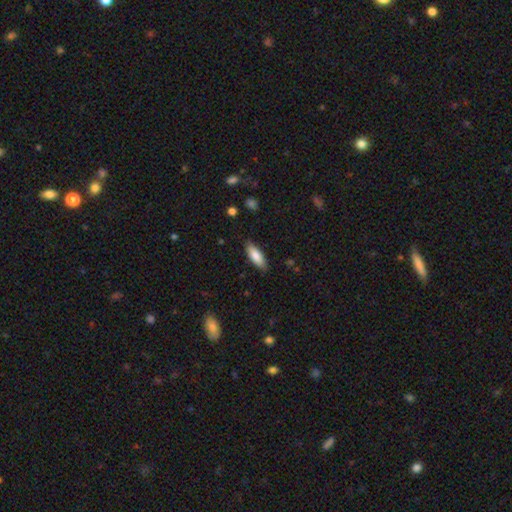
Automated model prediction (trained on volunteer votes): This appears to be a smooth galaxy with no disk features (82%) that is in between round and cigar-shaped (66%). Merging: none (85%).